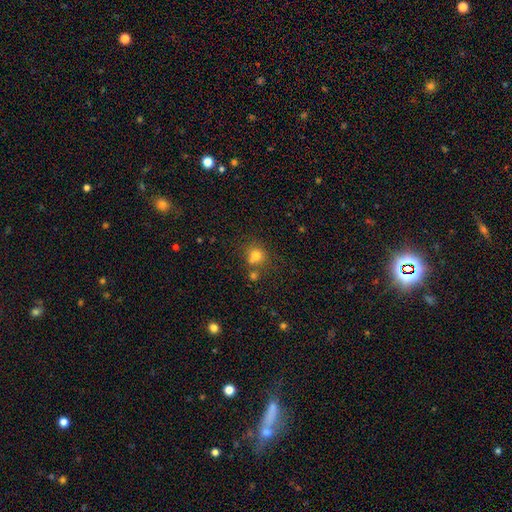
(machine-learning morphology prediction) smooth_or_featured: smooth (p=0.77) [alt: star or artifact p=0.14]
how_rounded: round (p=0.83) [alt: in between p=0.16]
merging: none (p=0.57) [alt: merger p=0.26]